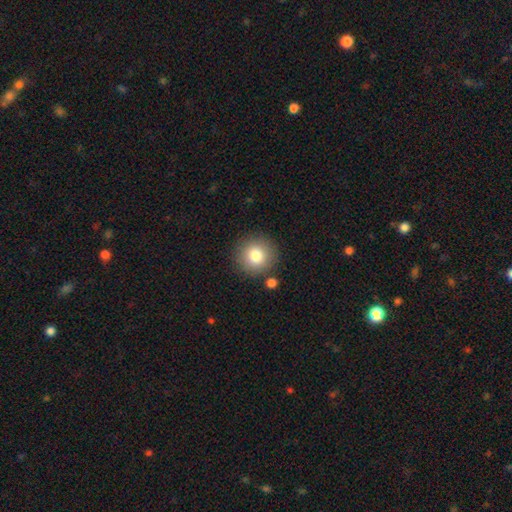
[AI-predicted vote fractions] Smooth or featured? Predicted: smooth (p=0.81). How rounded? Predicted: round (p=0.94). Merging? Predicted: none (p=0.85).